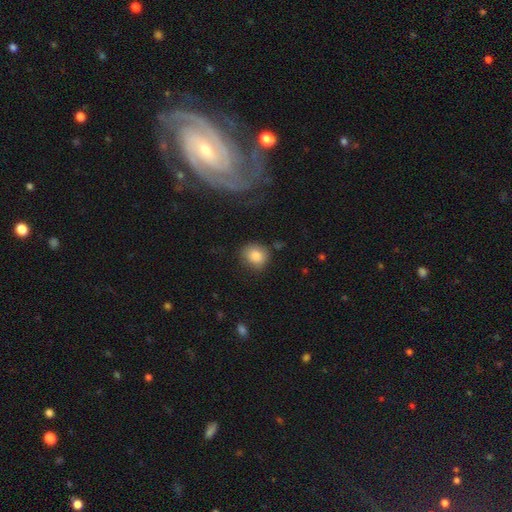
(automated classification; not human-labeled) Smooth or featured: smooth — 85% (star or artifact — 8%)
How rounded: round — 72% (in between — 27%)
Merging: none — 74% (minor disturbance — 17%)